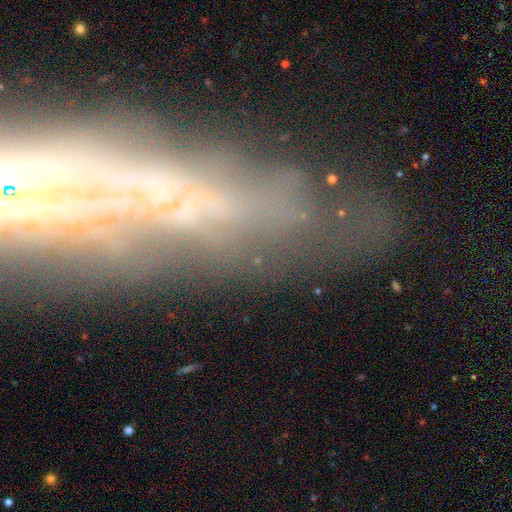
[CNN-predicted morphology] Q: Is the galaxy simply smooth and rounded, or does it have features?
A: featured or disk — 53%.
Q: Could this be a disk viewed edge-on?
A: no — 57%.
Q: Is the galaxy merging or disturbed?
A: none — 62%.